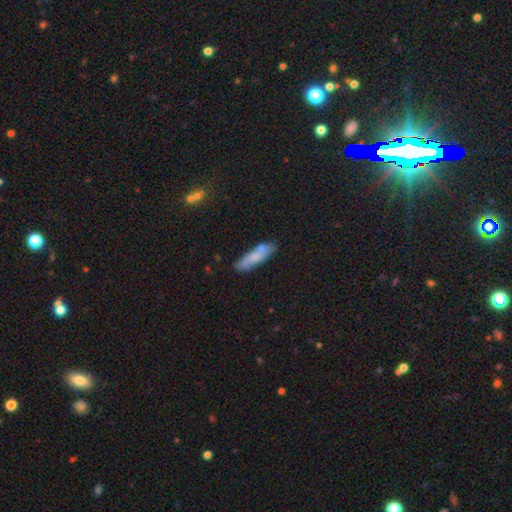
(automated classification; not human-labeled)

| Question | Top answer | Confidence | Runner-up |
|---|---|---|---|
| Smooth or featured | smooth | 69% | featured or disk (24%) |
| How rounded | cigar-shaped | 68% | in between (30%) |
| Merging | none | 73% | minor disturbance (17%) |